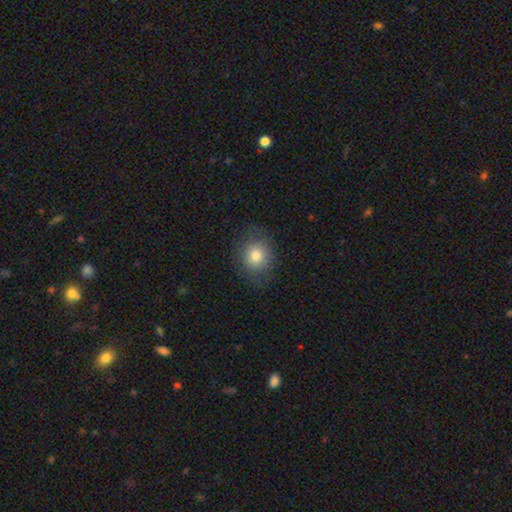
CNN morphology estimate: Overall: smooth (80%). How rounded: round (69%; in between 31%). Merging: none (82%).